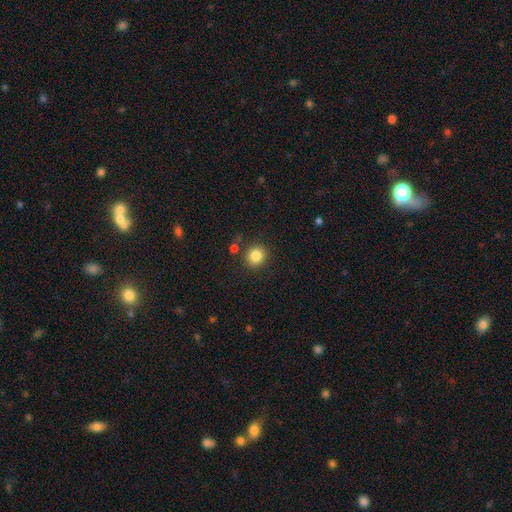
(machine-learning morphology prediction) type=smooth (84%); roundness=round (84%); merging=none (85%).